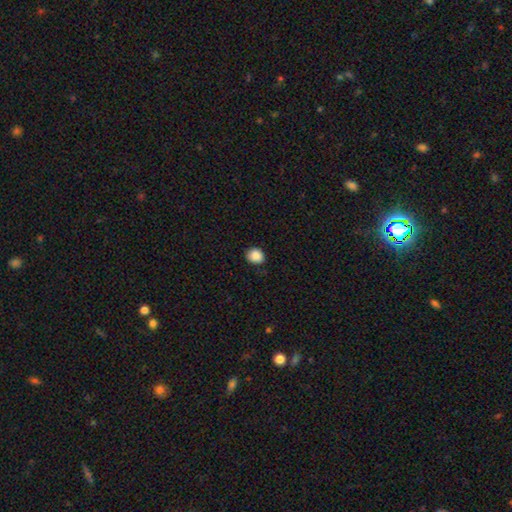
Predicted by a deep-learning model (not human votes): This appears to be a smooth galaxy with no disk features (88%) that is round (72%). Merging: none (84%).